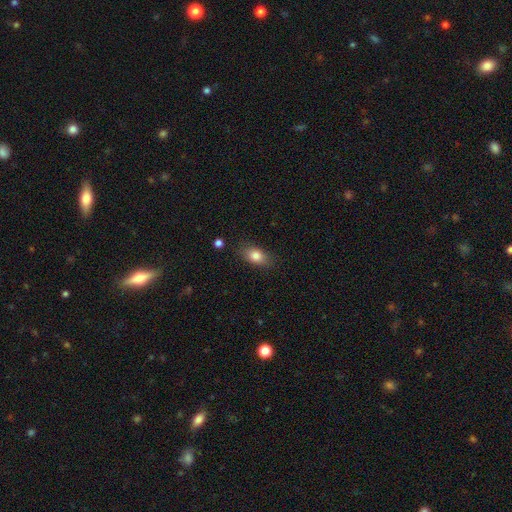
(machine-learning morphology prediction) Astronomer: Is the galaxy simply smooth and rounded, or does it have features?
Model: smooth — 82%.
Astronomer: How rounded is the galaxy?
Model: in between — 81%.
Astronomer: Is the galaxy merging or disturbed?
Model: none — 83%.